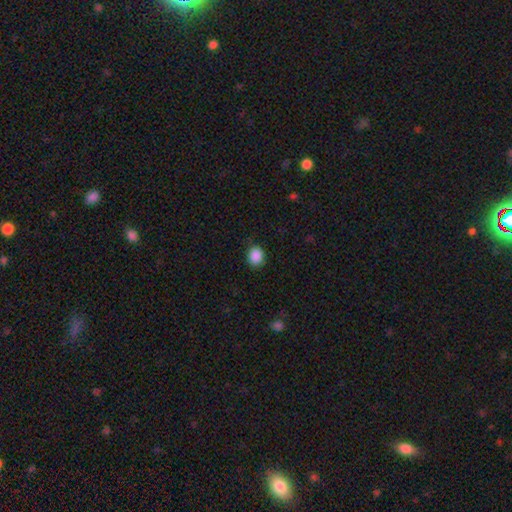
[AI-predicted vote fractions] smooth-or-featured: smooth: 89% | star or artifact: 9% | featured or disk: 3%
  how-rounded: round: 63% | in between: 36% | cigar-shaped: 1%
  merging: none: 86% | minor disturbance: 10% | major disturbance: 3% | merger: 1%